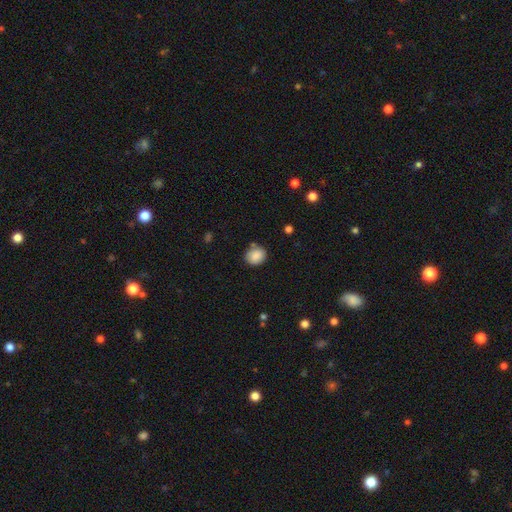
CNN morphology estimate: Smooth or featured? Predicted: smooth (p=0.86). How rounded? Predicted: round (p=0.69). Merging? Predicted: none (p=0.77).